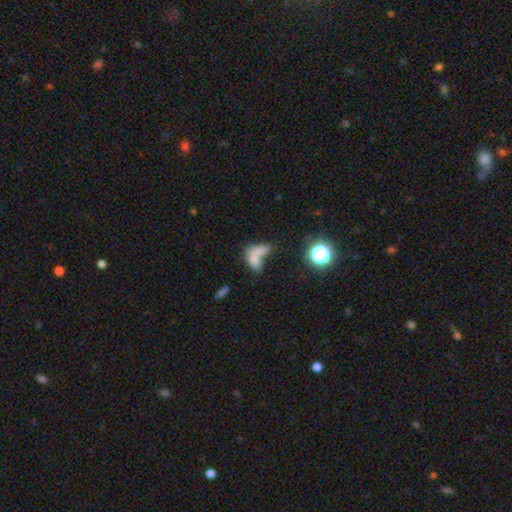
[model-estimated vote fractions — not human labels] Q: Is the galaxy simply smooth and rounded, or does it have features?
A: smooth — 67%.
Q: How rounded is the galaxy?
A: in between — 79%.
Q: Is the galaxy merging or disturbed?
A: merger — 57%.